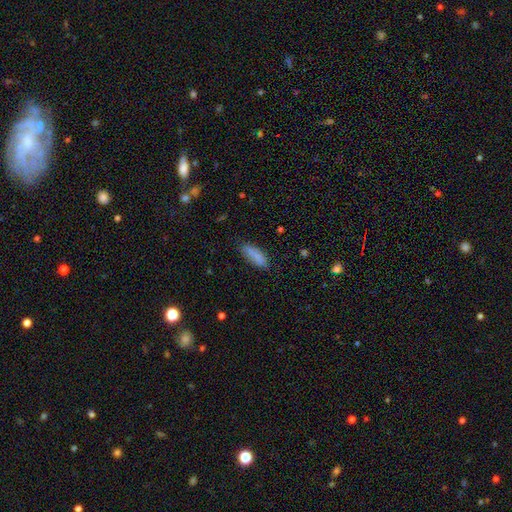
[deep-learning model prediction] Overall: smooth (85%). How rounded: in between (50%; cigar-shaped 48%). Merging: none (77%).